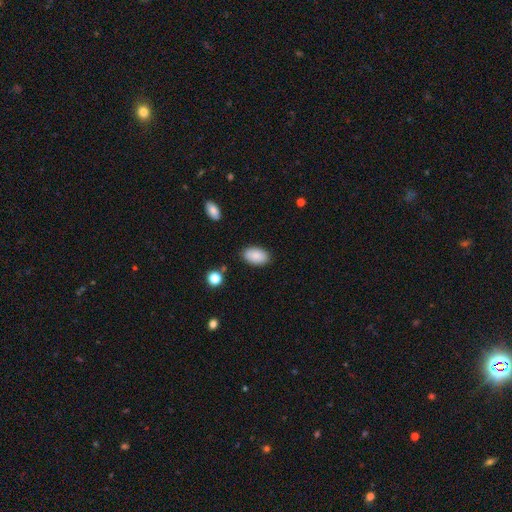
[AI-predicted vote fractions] Smooth or featured?
  - smooth: 88% *
  - star or artifact: 7%
  - featured or disk: 5%
How rounded?
  - in between: 94% *
  - round: 5%
  - cigar-shaped: 1%
Merging?
  - none: 86% *
  - minor disturbance: 10%
  - major disturbance: 2%
  - merger: 2%